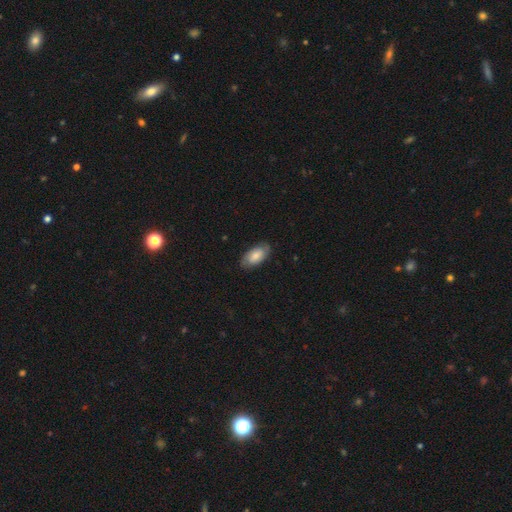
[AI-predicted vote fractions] Smooth or featured?
  - smooth: 69% *
  - featured or disk: 24%
  - star or artifact: 6%
How rounded?
  - in between: 93% *
  - cigar-shaped: 4%
  - round: 3%
Merging?
  - none: 82% *
  - minor disturbance: 14%
  - major disturbance: 3%
  - merger: 1%